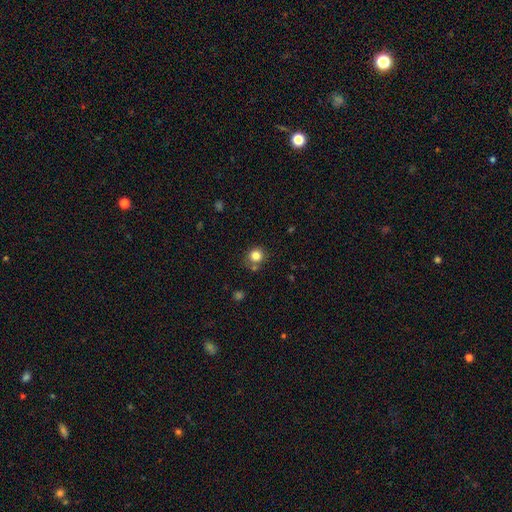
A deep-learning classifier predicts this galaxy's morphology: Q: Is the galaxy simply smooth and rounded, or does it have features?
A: smooth — 82%.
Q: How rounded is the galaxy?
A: round — 85%.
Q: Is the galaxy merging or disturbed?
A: none — 70%.